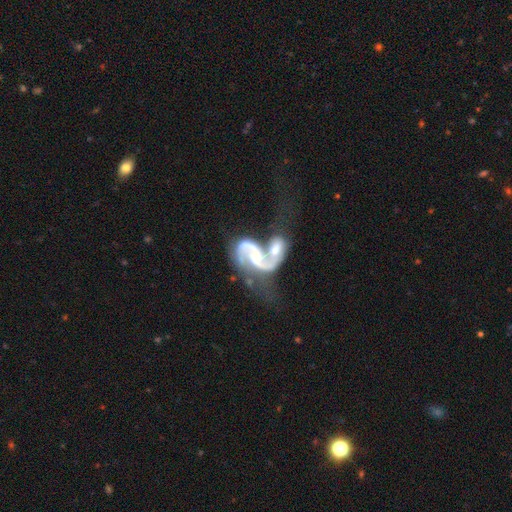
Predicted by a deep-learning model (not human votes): The model was most divided on "bar": no: 47%, weak: 40%, strong: 13%. Remaining: edge-on disk — no (98%); spiral arms — yes (95%); smooth or featured — featured or disk (89%); spiral arm count — 2 (88%); merging — merger (59%); spiral winding — loose (51%); bulge size — small (45%).